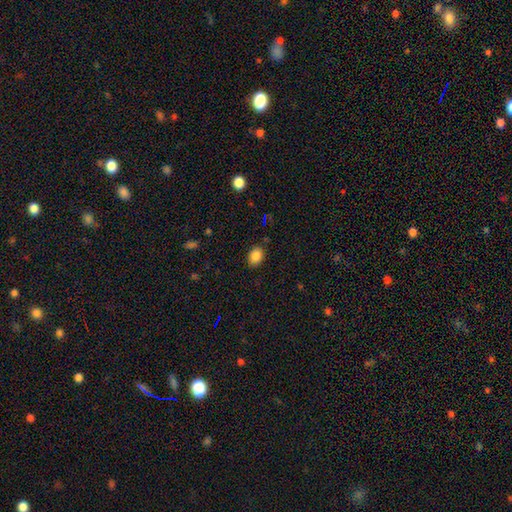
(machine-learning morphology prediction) Smooth or featured: smooth — 86% (star or artifact — 10%)
How rounded: in between — 67% (round — 32%)
Merging: none — 85% (minor disturbance — 11%)